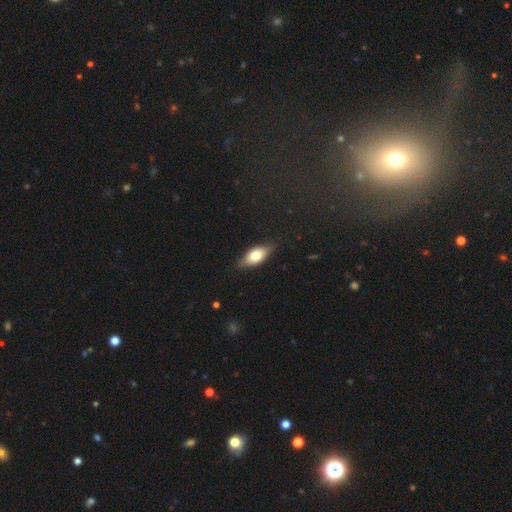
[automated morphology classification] A smooth galaxy with no disk features (65%) that is in between round and cigar-shaped (82%). Merging: none (80%).